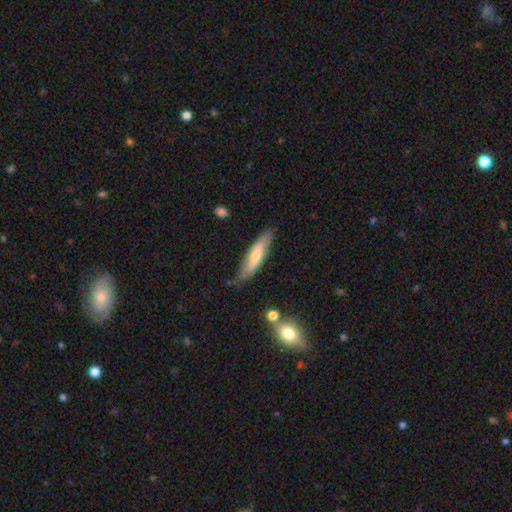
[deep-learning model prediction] A smooth galaxy with no disk features (56%) that is cigar-shaped (74%). Merging: none (77%).